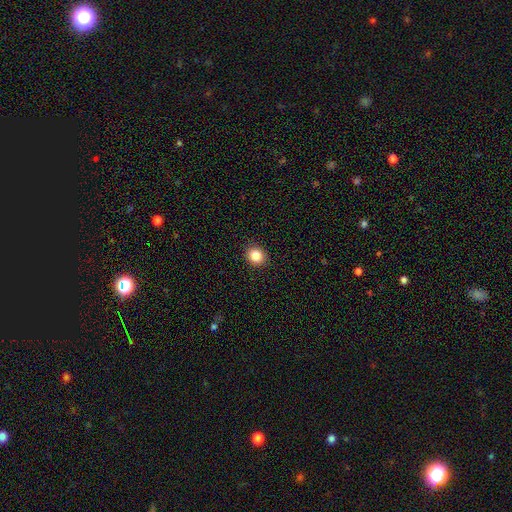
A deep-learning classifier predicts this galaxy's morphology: This appears to be a smooth galaxy with no disk features (85%) that is round (81%). Merging: none (91%).